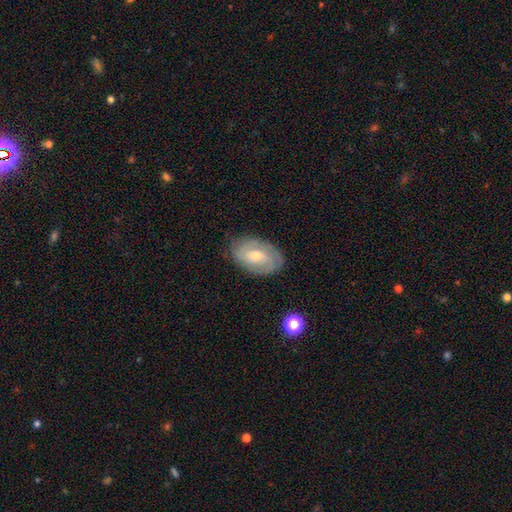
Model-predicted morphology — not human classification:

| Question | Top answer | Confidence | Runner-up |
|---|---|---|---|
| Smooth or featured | featured or disk | 72% | smooth (21%) |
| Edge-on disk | no | 95% | yes (5%) |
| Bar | no | 45% | weak (44%) |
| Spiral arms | yes | 87% | no (13%) |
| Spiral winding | tight | 56% | medium (33%) |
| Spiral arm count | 2 | 51% | can't tell (28%) |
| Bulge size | moderate | 52% | small (44%) |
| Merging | none | 81% | minor disturbance (14%) |